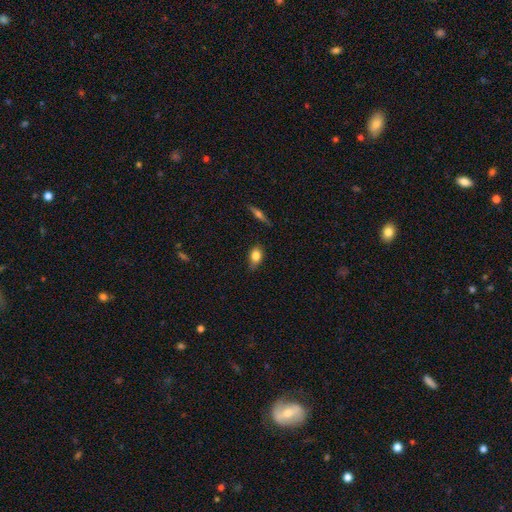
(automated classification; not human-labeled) Morphology: type=smooth (80%); roundness=in between (80%); merging=none (67%).